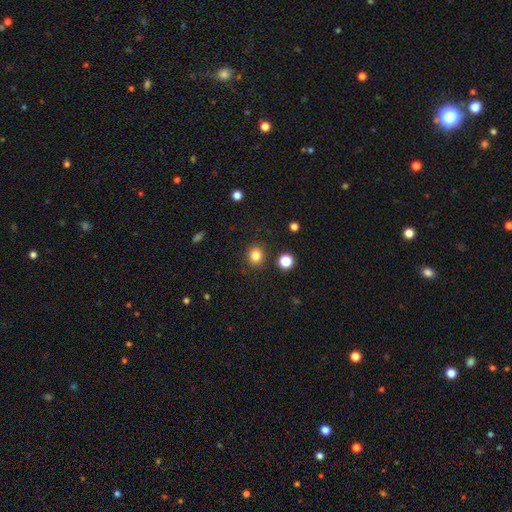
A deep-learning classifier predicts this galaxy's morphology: A smooth galaxy with no disk features (82%) that is round (82%). Merging: none (87%).